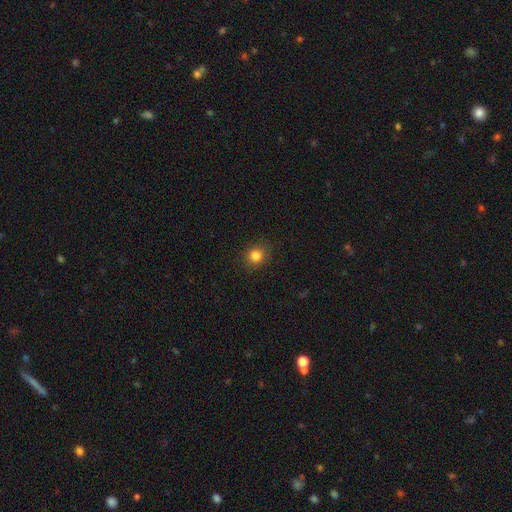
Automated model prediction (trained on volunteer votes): A smooth galaxy with no disk features (83%) that is round (82%).

Vote fractions:
- Smooth or featured? smooth: 83% / star or artifact: 13% / featured or disk: 5%
- How rounded? round: 82% / in between: 17% / cigar-shaped: 1%
- Merging? none: 88% / minor disturbance: 8% / major disturbance: 2% / merger: 1%